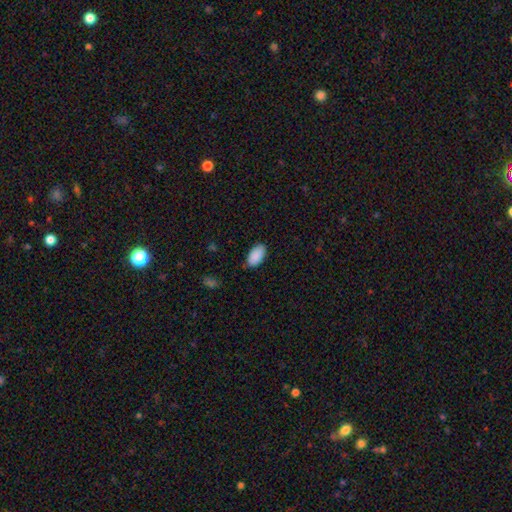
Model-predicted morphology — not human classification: smooth 89%, star or artifact 6%, featured or disk 4%. Down the decision tree: how rounded — in between (95%); merging — none (80%).